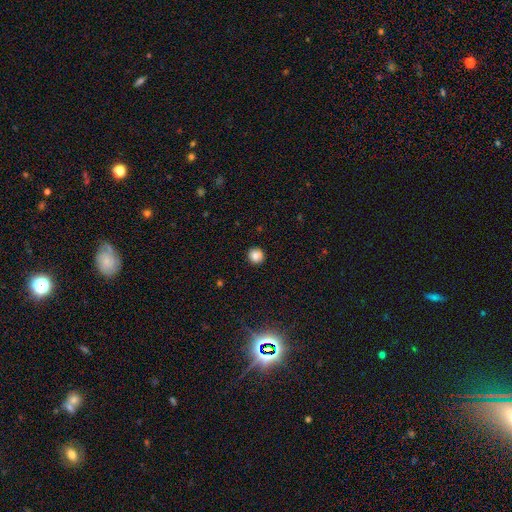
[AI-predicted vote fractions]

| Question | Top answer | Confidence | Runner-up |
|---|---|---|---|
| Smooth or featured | smooth | 85% | star or artifact (11%) |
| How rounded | round | 95% | in between (4%) |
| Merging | none | 91% | minor disturbance (6%) |